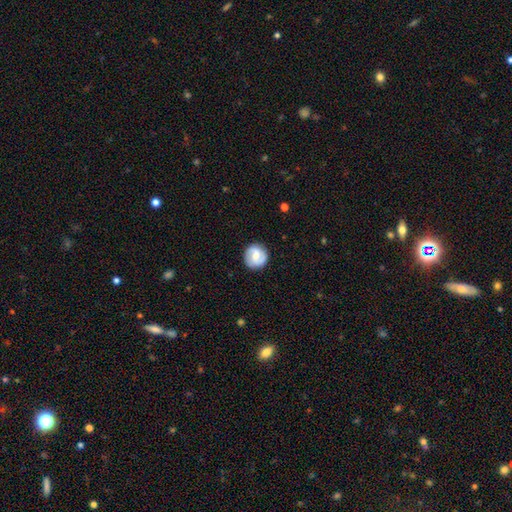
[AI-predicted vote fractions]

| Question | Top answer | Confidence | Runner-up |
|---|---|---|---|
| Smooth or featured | featured or disk | 56% | smooth (38%) |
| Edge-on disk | no | 98% | yes (2%) |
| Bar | weak | 52% | no (30%) |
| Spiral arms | yes | 83% | no (17%) |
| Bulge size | moderate | 60% | small (31%) |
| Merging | none | 87% | minor disturbance (9%) |